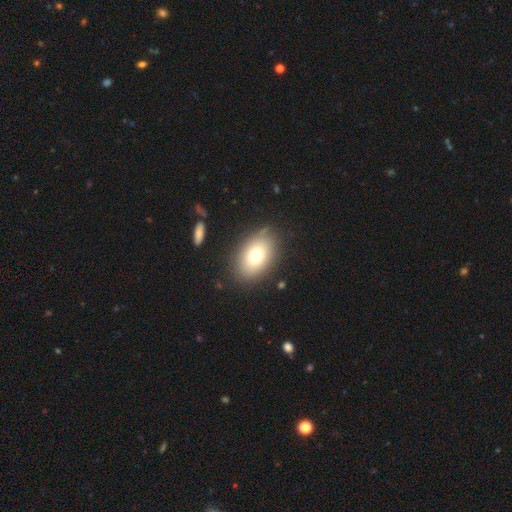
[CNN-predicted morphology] smooth 74%, featured or disk 16%, star or artifact 10%. Down the decision tree: how rounded — in between (83%); merging — none (81%).